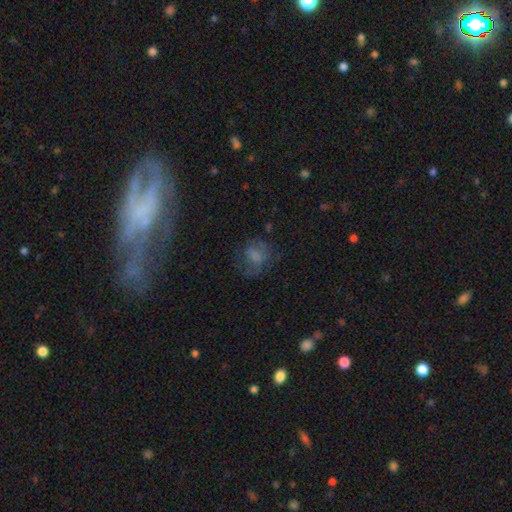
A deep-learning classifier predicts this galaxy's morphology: smooth 57%, featured or disk 27%, star or artifact 16%. Down the decision tree: how rounded — round (57%); merging — none (50%).